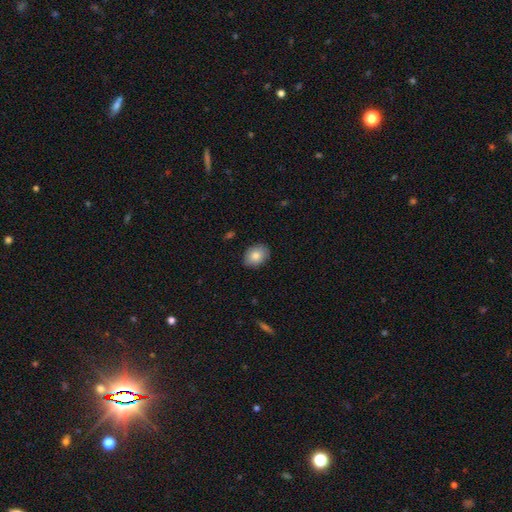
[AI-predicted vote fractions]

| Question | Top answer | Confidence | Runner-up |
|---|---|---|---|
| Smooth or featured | smooth | 83% | featured or disk (10%) |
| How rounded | in between | 70% | round (29%) |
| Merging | none | 86% | minor disturbance (11%) |